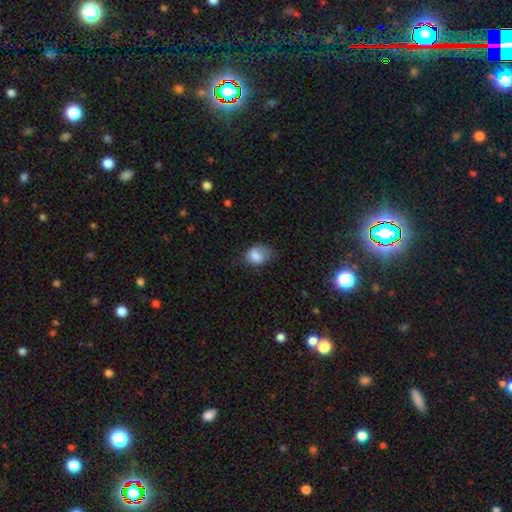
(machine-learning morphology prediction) smooth 79%, featured or disk 13%, star or artifact 8%. Down the decision tree: how rounded — in between (66%); merging — none (46%).